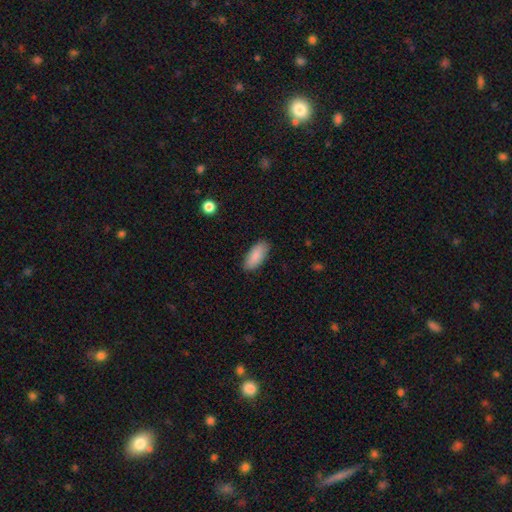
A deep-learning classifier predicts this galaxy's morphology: A smooth galaxy with no disk features (88%) that is in between round and cigar-shaped (86%). Merging: none (87%).